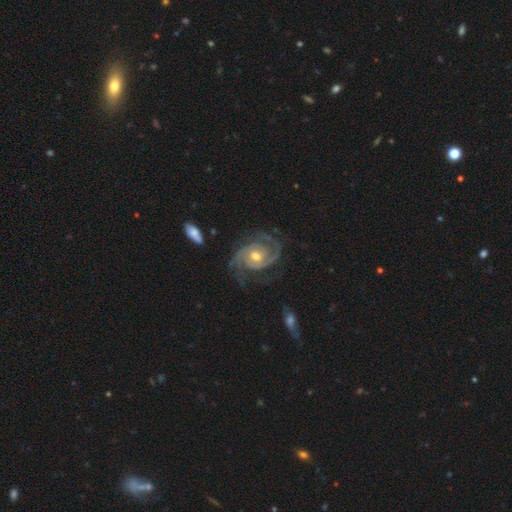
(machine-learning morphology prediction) This is clearly a featured or disk galaxy (92%). It is clearly not viewed edge-on (98%). Bar: likely no (68%). Spiral arm pattern: clearly yes (98%). Spiral arm count: likely 2 (69%). Spiral winding: possibly tight (54%). Central bulge: likely moderate (69%). Merging: likely none (73%).